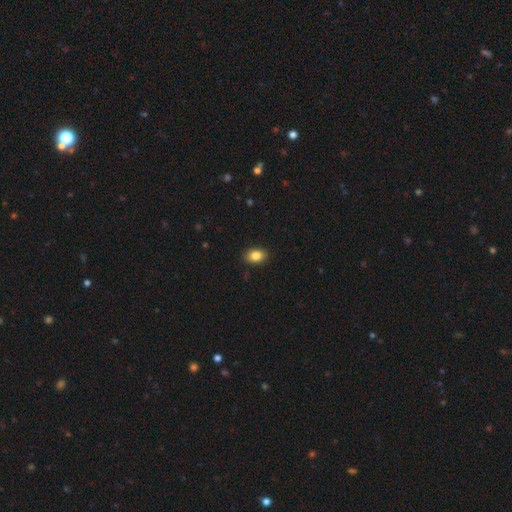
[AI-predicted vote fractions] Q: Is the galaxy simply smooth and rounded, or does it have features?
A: smooth — 84%.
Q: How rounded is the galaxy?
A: in between — 81%.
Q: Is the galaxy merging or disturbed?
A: none — 89%.